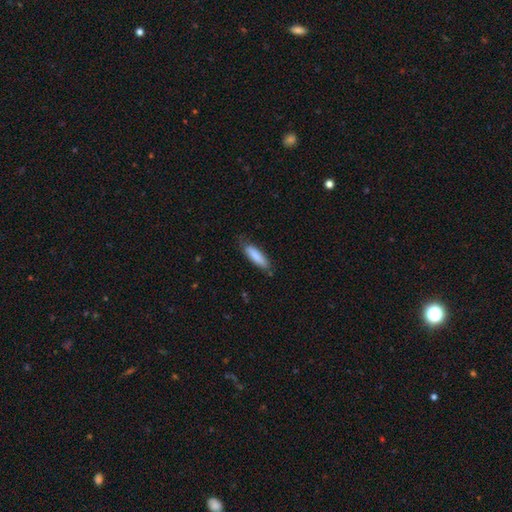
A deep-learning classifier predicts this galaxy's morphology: This appears to be a smooth galaxy with no disk features (85%) that is cigar-shaped (64%). Merging: none (76%).